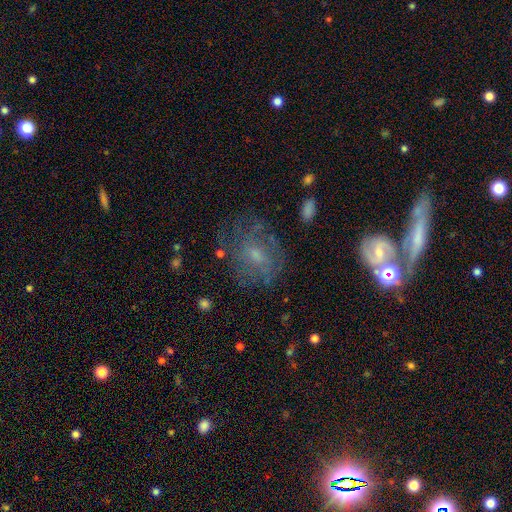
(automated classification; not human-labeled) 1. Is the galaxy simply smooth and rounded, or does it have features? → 51% featured or disk, 34% smooth, 14% star or artifact.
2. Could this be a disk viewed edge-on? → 96% no, 4% yes.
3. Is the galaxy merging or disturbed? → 64% none, 19% minor disturbance, 14% major disturbance, 3% merger.